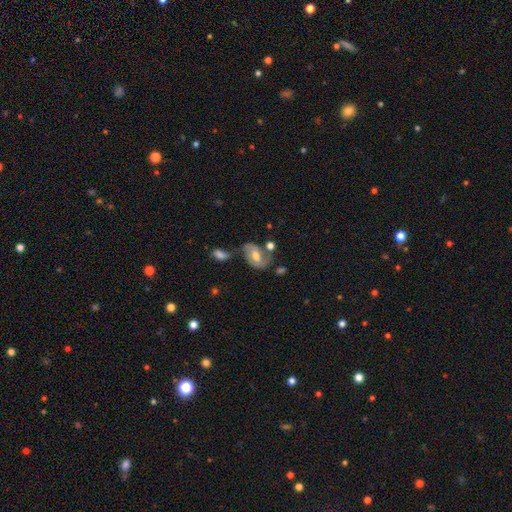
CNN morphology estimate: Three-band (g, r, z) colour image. It shows a featured or disk galaxy (60%) with a weak bar (42%), spiral arms (73%) and a moderate central bulge (71%). Merging: none (52%).